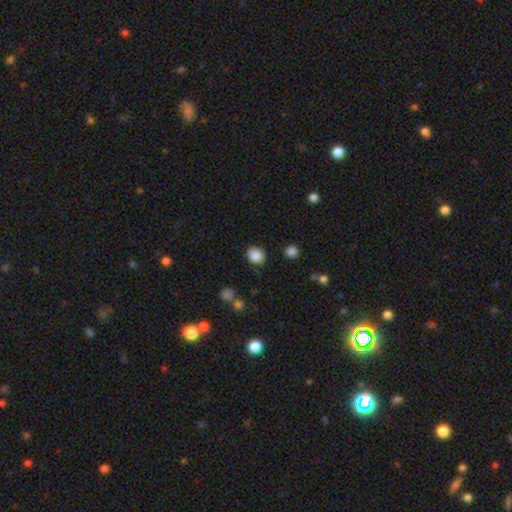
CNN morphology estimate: This is clearly a smooth galaxy (86%). How rounded: likely round (75%). Merging: clearly none (84%).